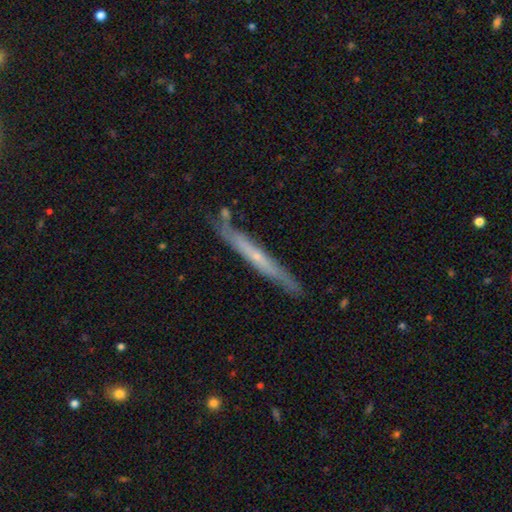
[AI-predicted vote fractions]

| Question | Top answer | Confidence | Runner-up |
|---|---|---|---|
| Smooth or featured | featured or disk | 59% | smooth (34%) |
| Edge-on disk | yes | 91% | no (9%) |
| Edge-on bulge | none | 61% | rounded (35%) |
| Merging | none | 80% | minor disturbance (14%) |